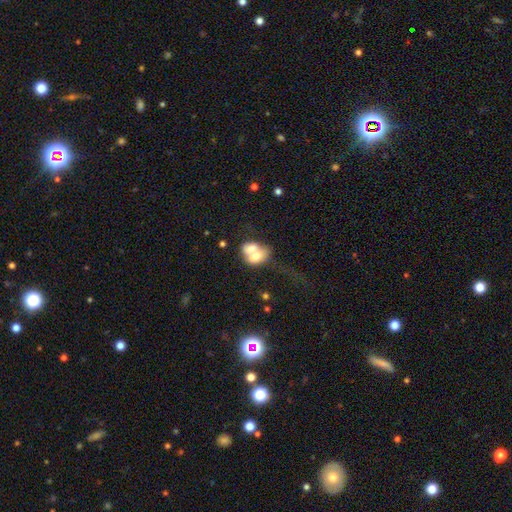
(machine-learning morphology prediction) Q: Smooth or featured?
A: smooth (63%); runner-up: featured or disk (29%)
Q: How rounded?
A: in between (62%); runner-up: round (36%)
Q: Merging?
A: merger (74%); runner-up: none (14%)